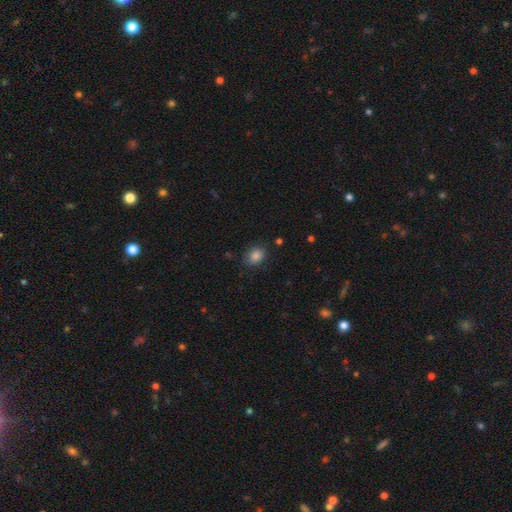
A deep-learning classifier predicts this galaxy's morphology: A smooth galaxy with no disk features (85%) that is in between round and cigar-shaped (63%).

Vote fractions:
- Smooth or featured? smooth: 85% / star or artifact: 10% / featured or disk: 6%
- How rounded? in between: 63% / round: 36% / cigar-shaped: 1%
- Merging? none: 80% / minor disturbance: 15% / major disturbance: 4% / merger: 1%